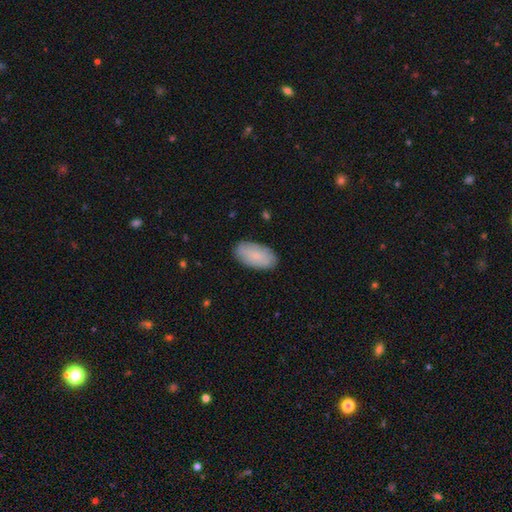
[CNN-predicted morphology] Smooth or featured? Predicted: smooth (p=0.82). How rounded? Predicted: in between (p=0.95). Merging? Predicted: none (p=0.85).